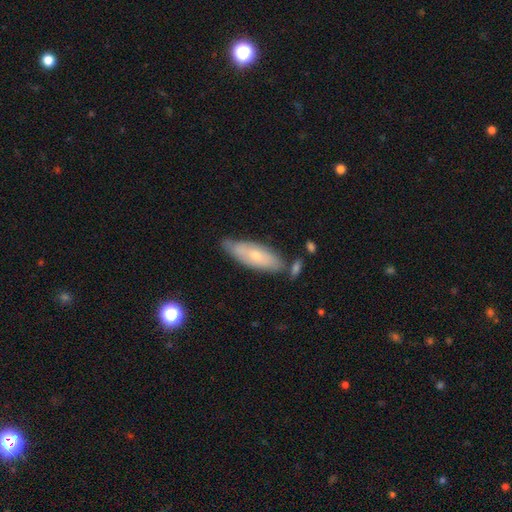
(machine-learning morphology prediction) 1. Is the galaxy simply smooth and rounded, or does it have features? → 53% smooth, 40% featured or disk, 6% star or artifact.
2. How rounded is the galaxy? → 64% in between, 34% cigar-shaped, 2% round.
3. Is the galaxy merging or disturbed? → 63% none, 24% minor disturbance, 8% merger, 5% major disturbance.